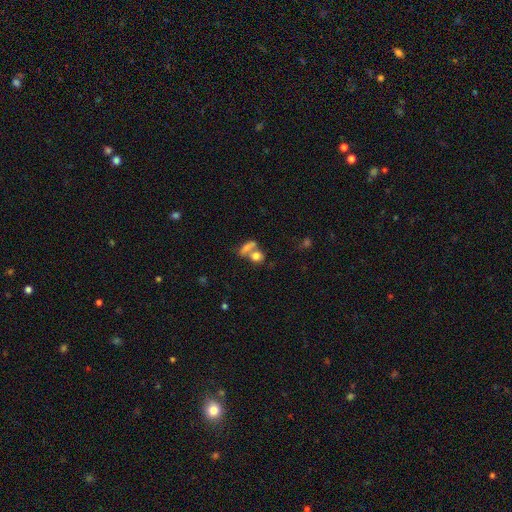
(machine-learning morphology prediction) Smooth or featured? Predicted: smooth (p=0.77). How rounded? Predicted: in between (p=0.52). Merging? Predicted: merger (p=0.50).